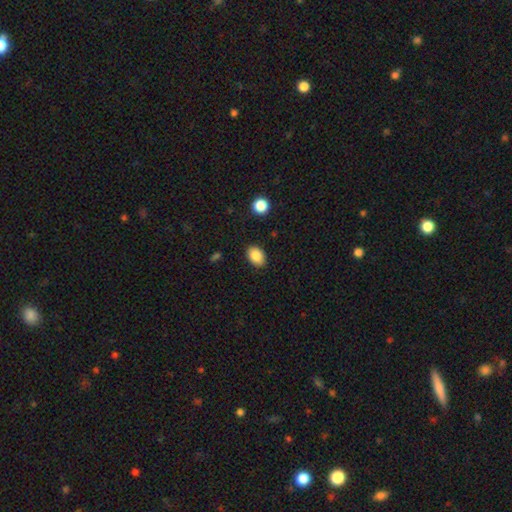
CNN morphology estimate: Overall: smooth (87%). How rounded: in between (79%). Merging: none (87%).